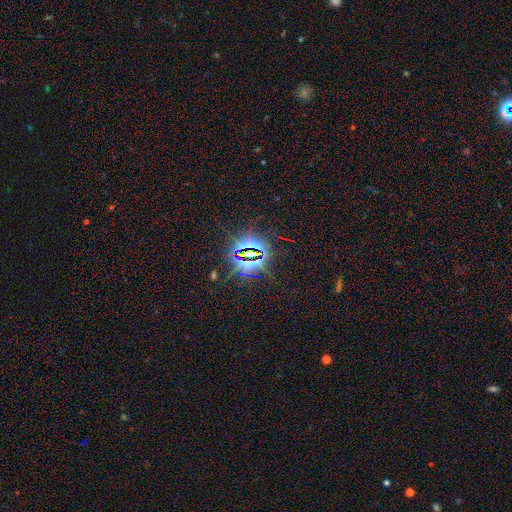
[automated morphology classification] A star or artifact, not a galaxy (84%).

Vote fractions:
- Smooth or featured? star or artifact: 84% / smooth: 8% / featured or disk: 7%